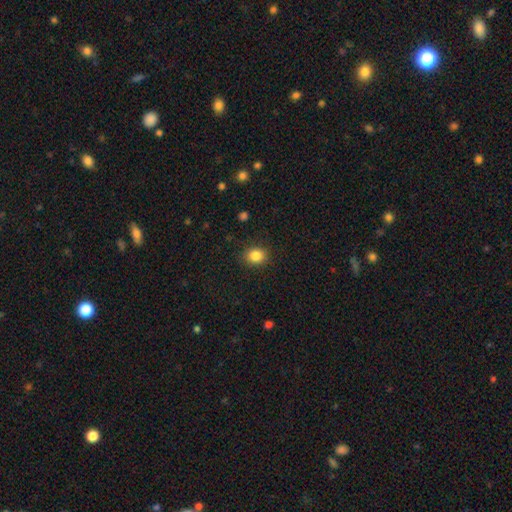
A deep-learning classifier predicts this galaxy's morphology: Overall: smooth (85%). How rounded: round (61%; in between 38%). Merging: none (87%).